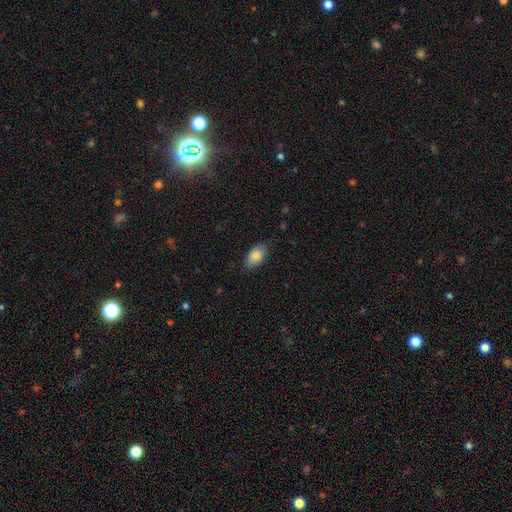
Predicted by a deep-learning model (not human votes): This is clearly a smooth galaxy (83%). How rounded: clearly in between (93%). Merging: likely none (78%).